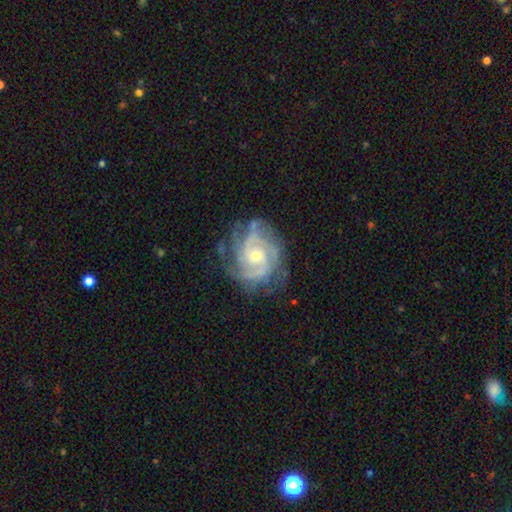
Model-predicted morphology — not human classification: smooth-or-featured: featured or disk: 90% | smooth: 5% | star or artifact: 5%
  disk-edge-on: no: 98% | yes: 2%
    bar: no: 63% | weak: 31% | strong: 6%
    has-spiral-arms: yes: 97% | no: 3%
      spiral-winding: tight: 59% | medium: 35% | loose: 6%
      spiral-arm-count: 2: 30% | 3: 28% | can't tell: 20% | 4: 11% | more than 4: 5% | 1: 5%
    bulge-size: small: 50% | moderate: 46% | large: 2% | none: 1% | dominant: 1%
  merging: none: 69% | minor disturbance: 20% | major disturbance: 9% | merger: 2%